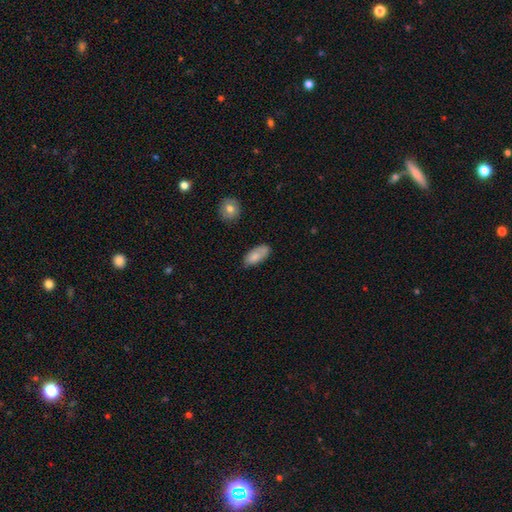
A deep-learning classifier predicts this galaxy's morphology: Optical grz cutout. It shows a smooth galaxy with no disk features (83%) that is in between round and cigar-shaped (91%). Merging: none (70%).